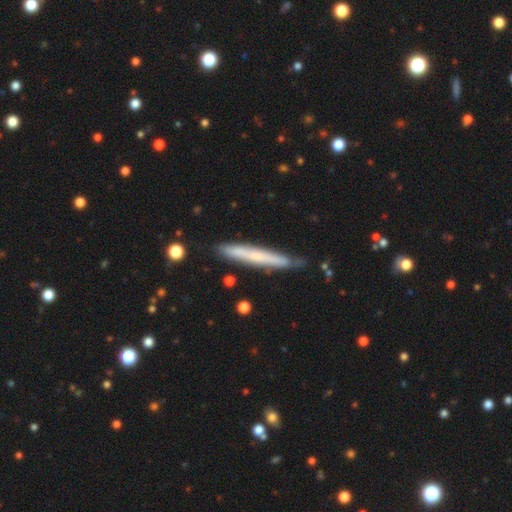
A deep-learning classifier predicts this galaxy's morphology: Smooth or featured? Predicted: smooth (p=0.52). How rounded? Predicted: cigar-shaped (p=0.96). Merging? Predicted: none (p=0.83).